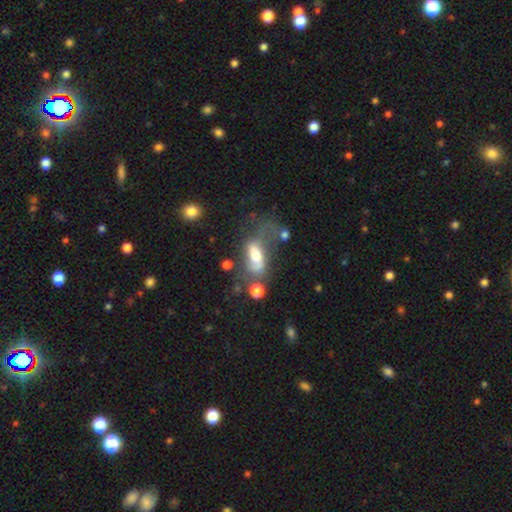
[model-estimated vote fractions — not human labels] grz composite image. It shows a featured or disk galaxy (46%). Merging: major disturbance (41%).